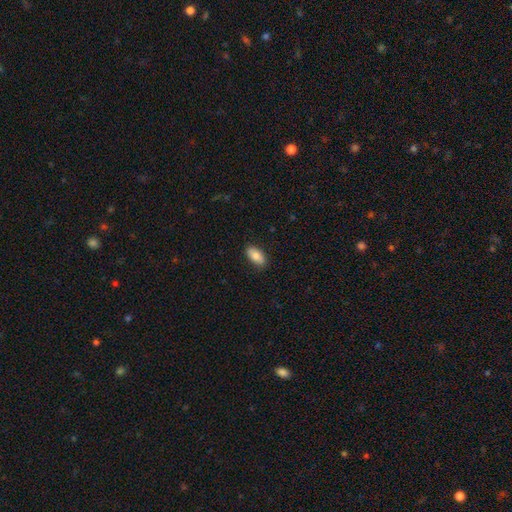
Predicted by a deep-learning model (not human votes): A smooth galaxy with no disk features (83%) that is in between round and cigar-shaped (91%).

Vote fractions:
- Smooth or featured? smooth: 83% / featured or disk: 10% / star or artifact: 7%
- How rounded? in between: 91% / cigar-shaped: 6% / round: 3%
- Merging? none: 87% / minor disturbance: 10% / major disturbance: 2% / merger: 1%